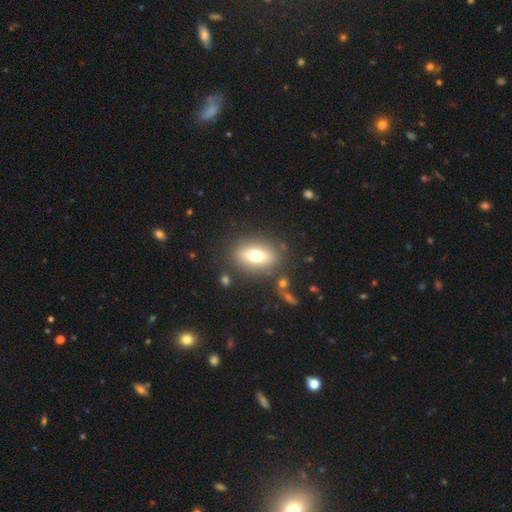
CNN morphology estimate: Overall: smooth (65%). How rounded: in between (75%). Merging: none (82%).